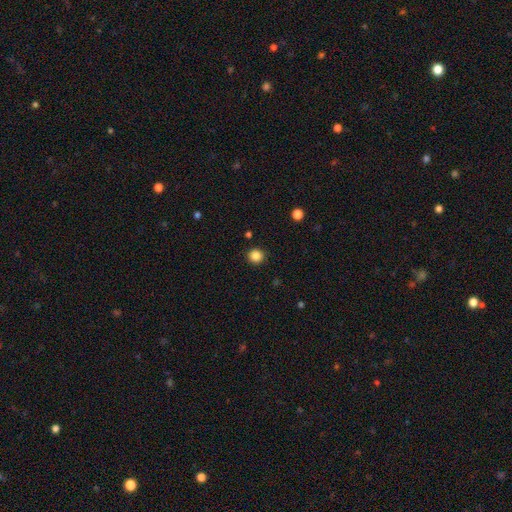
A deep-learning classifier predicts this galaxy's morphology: type=smooth (85%); roundness=round (95%); merging=none (92%).